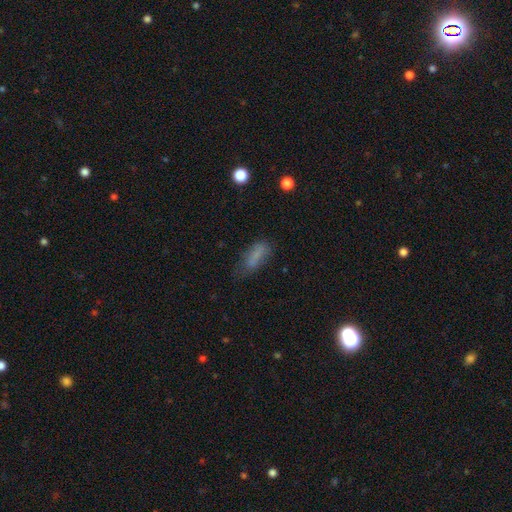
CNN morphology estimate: A smooth galaxy with no disk features (72%) that is in between round and cigar-shaped (65%).

Vote fractions:
- Smooth or featured? smooth: 72% / featured or disk: 16% / star or artifact: 12%
- How rounded? in between: 65% / cigar-shaped: 32% / round: 3%
- Merging? none: 54% / minor disturbance: 27% / major disturbance: 14% / merger: 5%